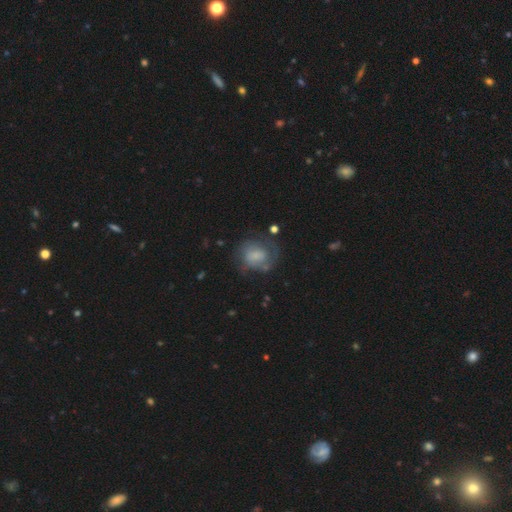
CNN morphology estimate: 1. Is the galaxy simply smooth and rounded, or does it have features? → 51% featured or disk, 40% smooth, 9% star or artifact.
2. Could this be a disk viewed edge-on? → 97% no, 3% yes.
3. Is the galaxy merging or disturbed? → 56% none, 23% minor disturbance, 18% major disturbance, 3% merger.